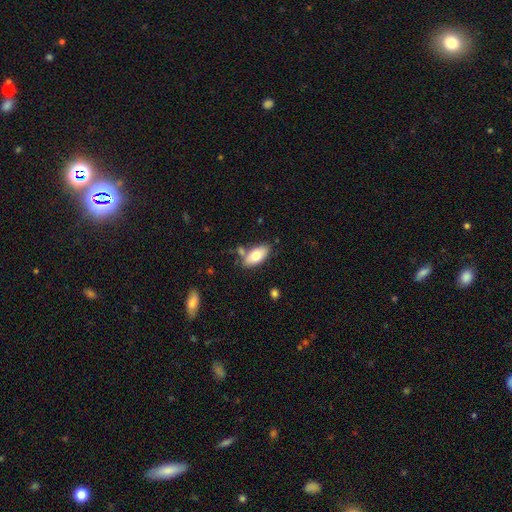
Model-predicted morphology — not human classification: type=smooth (74%); roundness=in between (90%); merging=none (72%).